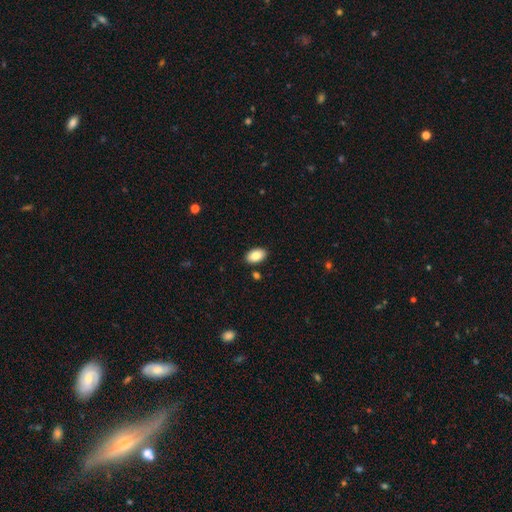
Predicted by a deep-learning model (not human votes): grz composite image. It shows a smooth galaxy with no disk features (85%) that is in between round and cigar-shaped (93%). Merging: none (87%).